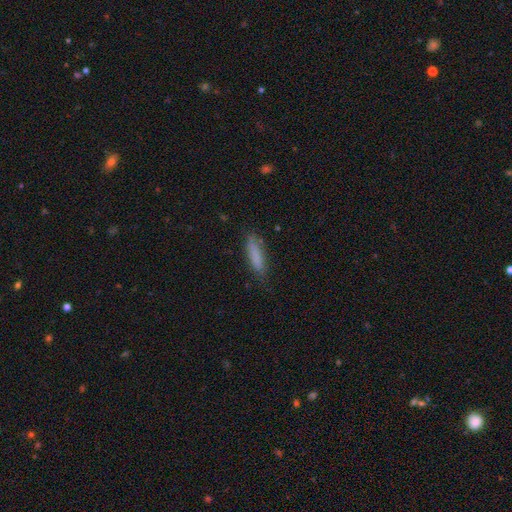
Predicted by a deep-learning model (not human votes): Morphology: type=smooth (82%); roundness=cigar-shaped (77%); merging=none (80%).